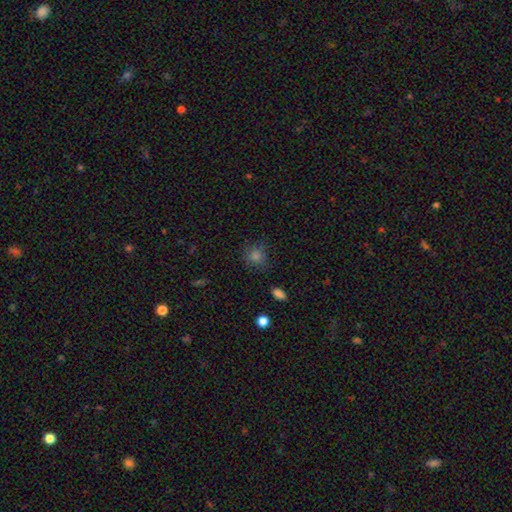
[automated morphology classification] Smooth or featured? smooth (74%)
How rounded? round (84%)
Merging? none (79%)